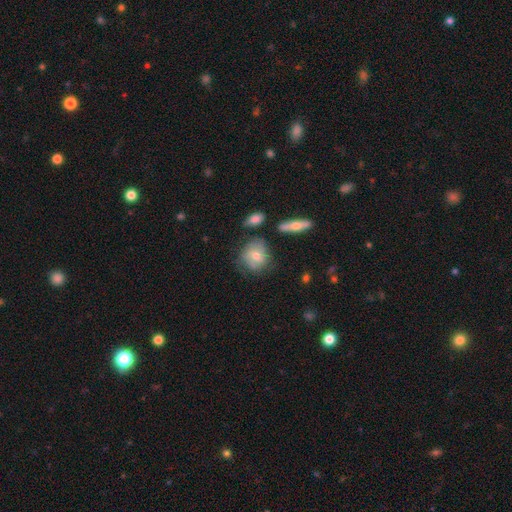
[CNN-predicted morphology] Smooth or featured? Predicted: smooth (p=0.51). How rounded? Predicted: round (p=0.62). Merging? Predicted: none (p=0.62).